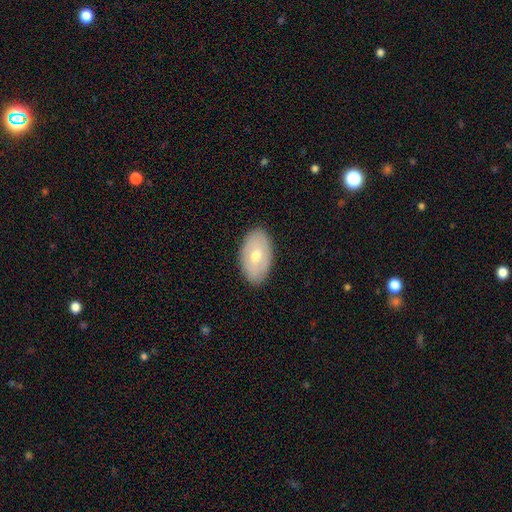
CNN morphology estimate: smooth_or_featured: smooth (p=0.54) [alt: featured or disk p=0.39]
how_rounded: in between (p=0.92) [alt: round p=0.07]
merging: none (p=0.86) [alt: minor disturbance p=0.11]